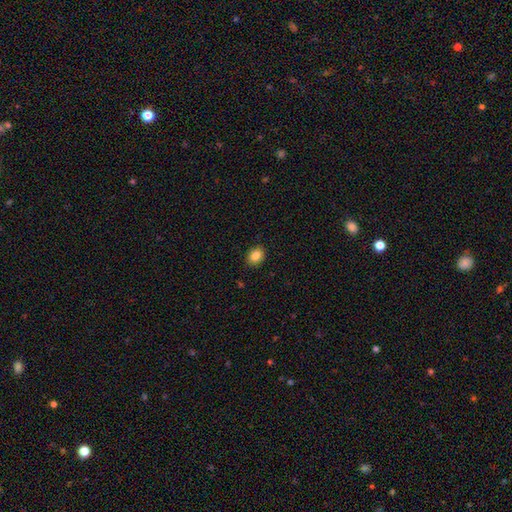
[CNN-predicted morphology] A smooth galaxy with no disk features (85%) that is in between round and cigar-shaped (54%). Merging: none (89%).